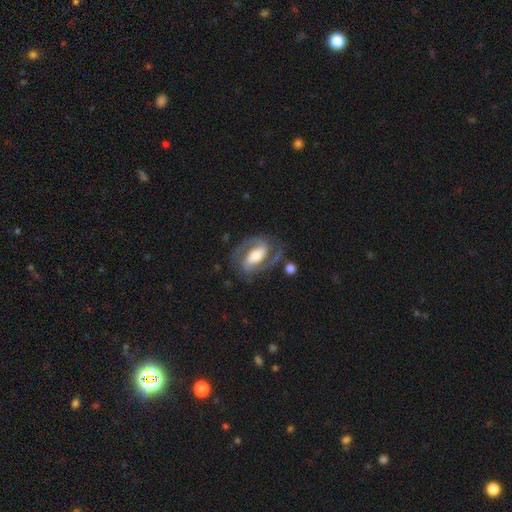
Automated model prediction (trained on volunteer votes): Morphology: type=featured or disk (88%); edge-on=no (97%); bar=strong (53%); spiral arms=yes (96%); winding=medium (53%); arm count=2 (91%); bulge=moderate (61%); merging=none (74%).